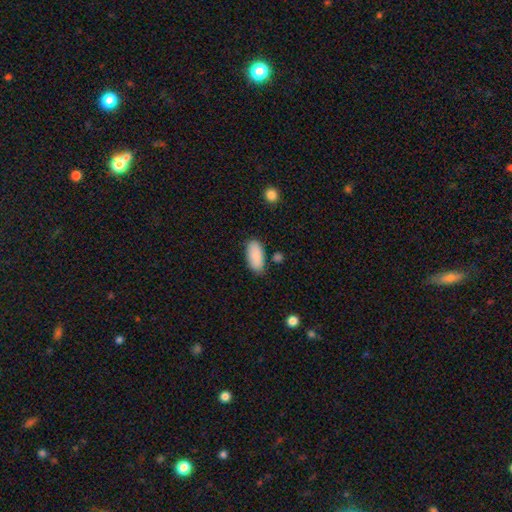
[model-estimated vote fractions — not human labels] Overall: smooth (89%). How rounded: in between (91%). Merging: none (78%).